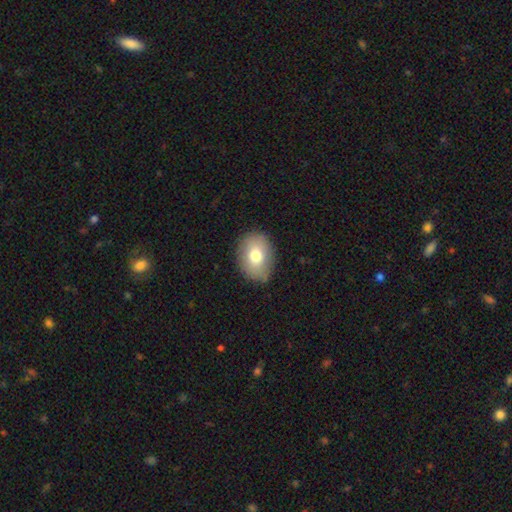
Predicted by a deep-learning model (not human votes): Q: Smooth or featured?
A: smooth (76%); runner-up: featured or disk (16%)
Q: How rounded?
A: in between (70%); runner-up: round (29%)
Q: Merging?
A: none (83%); runner-up: minor disturbance (12%)